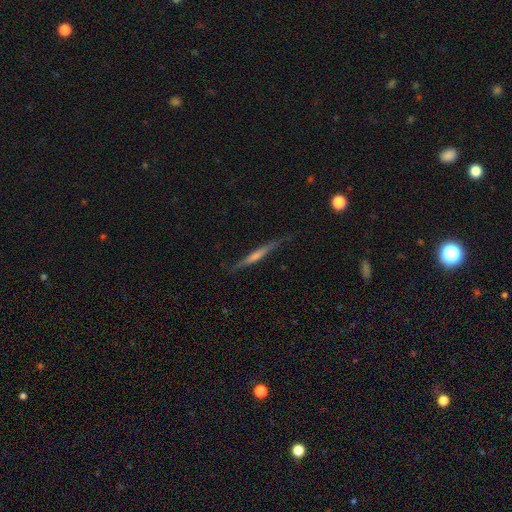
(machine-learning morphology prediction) Smooth or featured? featured or disk (67%)
Edge-on disk? yes (95%)
Edge-on bulge? rounded (58%)
Merging? none (84%)